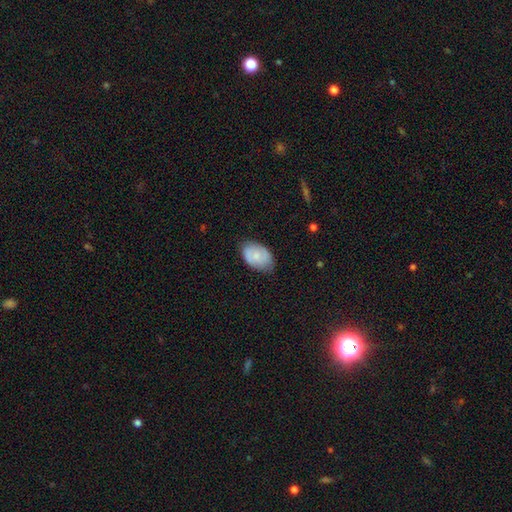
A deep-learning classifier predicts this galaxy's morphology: Smooth or featured? smooth (58%)
How rounded? in between (86%)
Merging? none (69%)